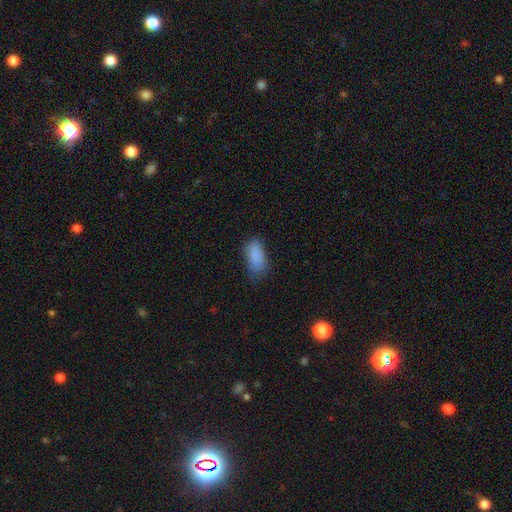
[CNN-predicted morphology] type=smooth (86%); roundness=in between (90%); merging=none (67%).